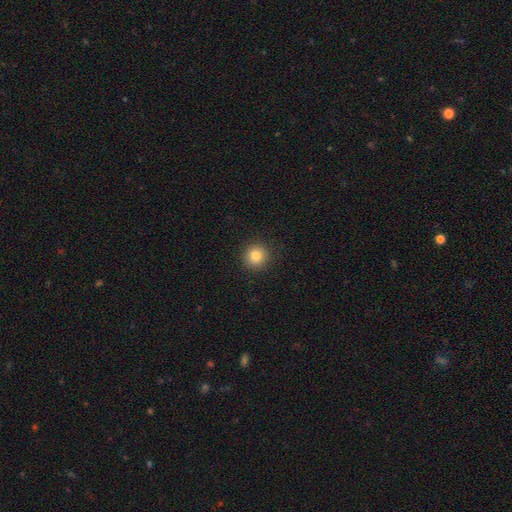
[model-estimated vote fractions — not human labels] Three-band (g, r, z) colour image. It shows a smooth galaxy with no disk features (82%) that is round (94%). Merging: none (92%).